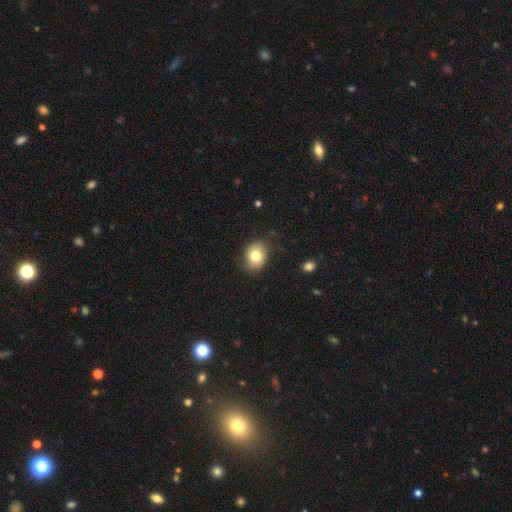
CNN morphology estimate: Smooth or featured? Predicted: smooth (p=0.79). How rounded? Predicted: in between (p=0.52). Merging? Predicted: none (p=0.81).